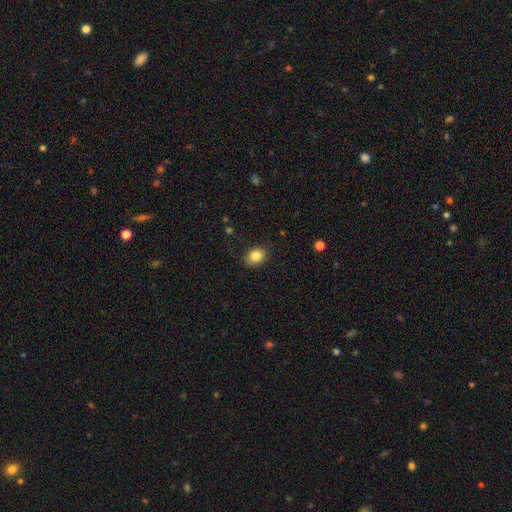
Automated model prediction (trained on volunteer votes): Q: Smooth or featured?
A: smooth (83%); runner-up: star or artifact (9%)
Q: How rounded?
A: in between (61%); runner-up: round (38%)
Q: Merging?
A: none (85%); runner-up: minor disturbance (12%)